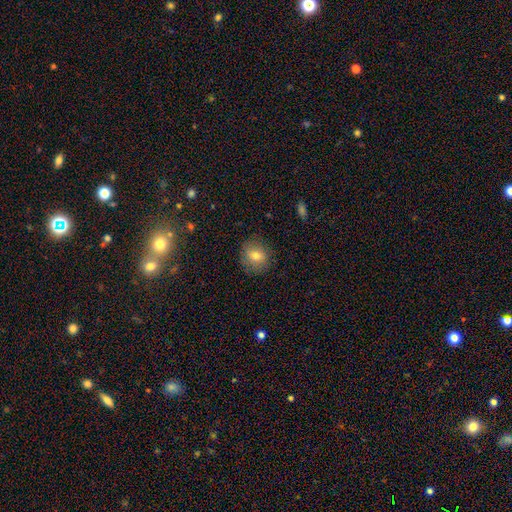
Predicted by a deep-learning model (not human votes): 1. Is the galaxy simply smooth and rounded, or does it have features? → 76% smooth, 14% featured or disk, 10% star or artifact.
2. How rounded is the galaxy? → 80% round, 19% in between, 1% cigar-shaped.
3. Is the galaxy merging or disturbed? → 83% none, 12% minor disturbance, 4% major disturbance, 1% merger.